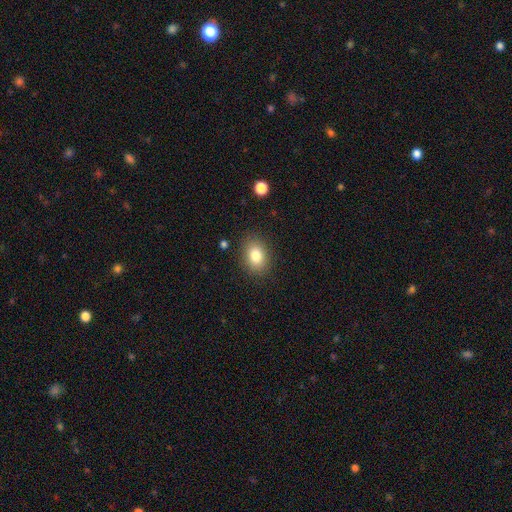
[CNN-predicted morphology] A smooth galaxy with no disk features (82%) that is in between round and cigar-shaped (70%). Merging: none (86%).